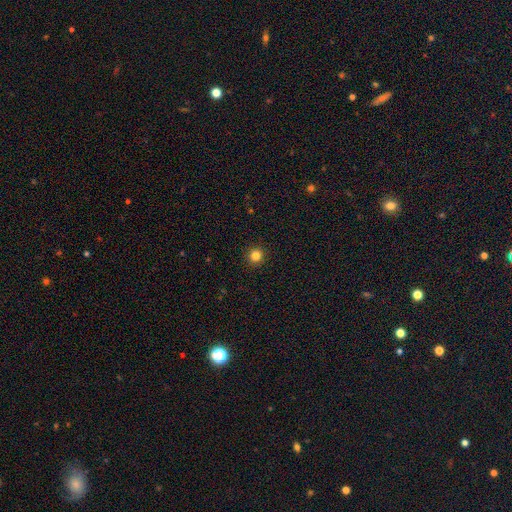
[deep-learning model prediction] smooth 83%, star or artifact 13%, featured or disk 5%. Down the decision tree: how rounded — round (94%); merging — none (93%).